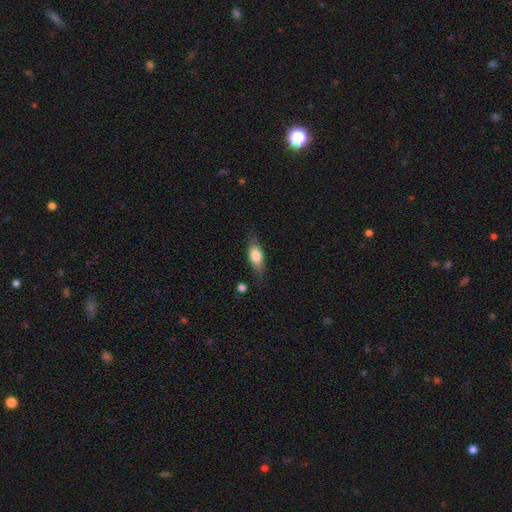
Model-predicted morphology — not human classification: smooth 67%, featured or disk 26%, star or artifact 7%. Down the decision tree: how rounded — in between (72%); merging — none (74%).